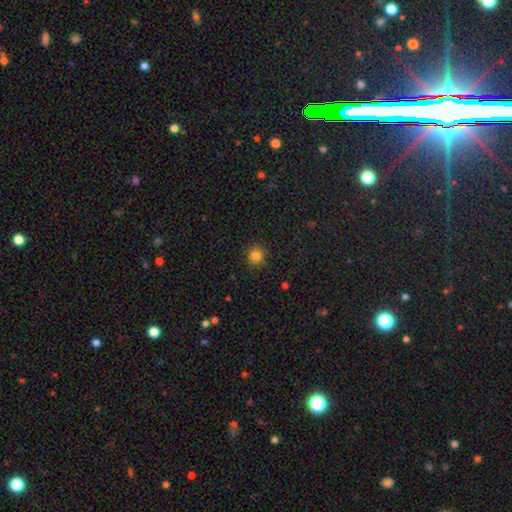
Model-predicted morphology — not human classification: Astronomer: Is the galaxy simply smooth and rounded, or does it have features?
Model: smooth — 82%.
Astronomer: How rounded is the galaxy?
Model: round — 91%.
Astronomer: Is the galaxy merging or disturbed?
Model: none — 89%.